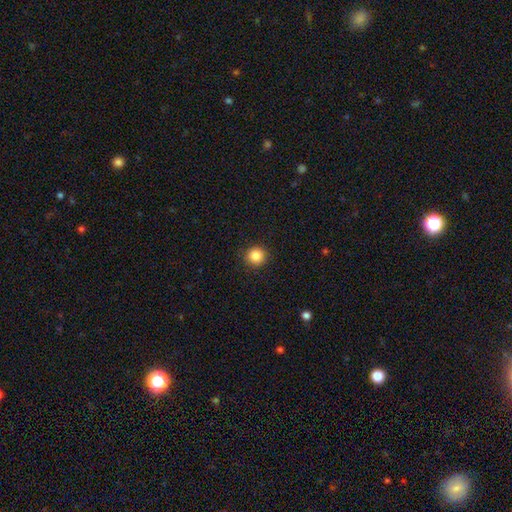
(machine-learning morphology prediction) Smooth or featured: smooth — 86% (star or artifact — 10%)
How rounded: round — 93% (in between — 6%)
Merging: none — 91% (minor disturbance — 6%)